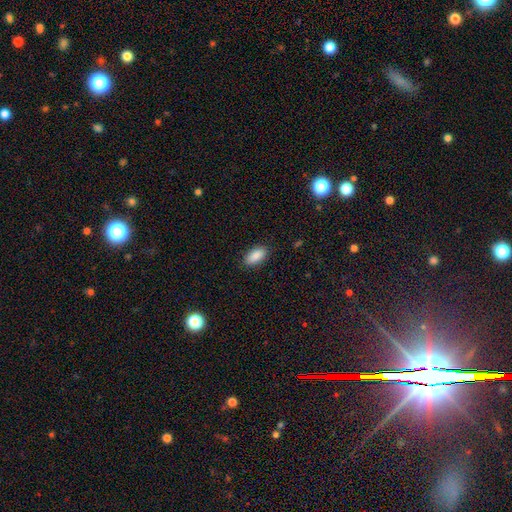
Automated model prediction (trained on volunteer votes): Smooth or featured?
  - smooth: 89% *
  - star or artifact: 7%
  - featured or disk: 4%
How rounded?
  - in between: 90% *
  - cigar-shaped: 8%
  - round: 2%
Merging?
  - none: 87% *
  - minor disturbance: 9%
  - major disturbance: 2%
  - merger: 1%